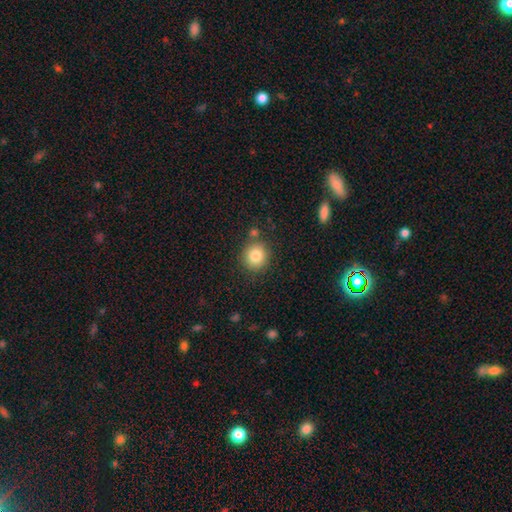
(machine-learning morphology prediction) type=smooth (83%); roundness=round (88%); merging=none (80%).